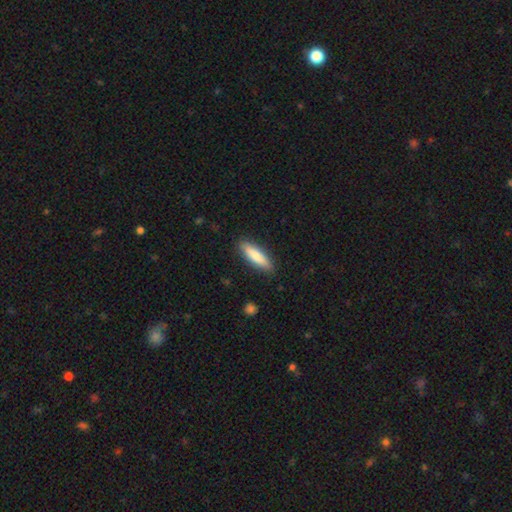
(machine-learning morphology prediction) Smooth or featured?
  - smooth: 80% *
  - featured or disk: 15%
  - star or artifact: 5%
How rounded?
  - cigar-shaped: 66% *
  - in between: 32%
  - round: 1%
Merging?
  - none: 87% *
  - minor disturbance: 10%
  - major disturbance: 2%
  - merger: 1%